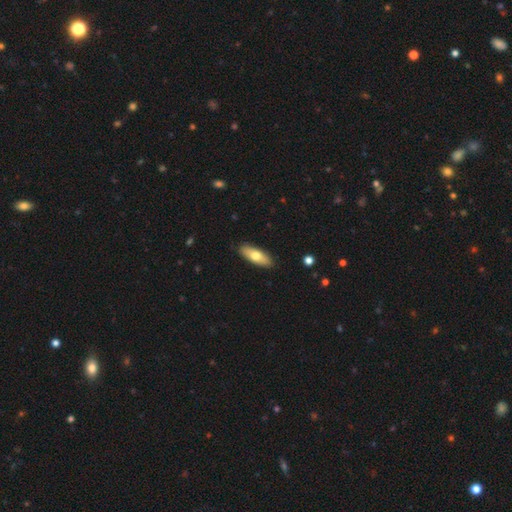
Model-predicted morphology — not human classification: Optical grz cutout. It shows a smooth galaxy with no disk features (69%) that is in between round and cigar-shaped (67%). Merging: none (89%).